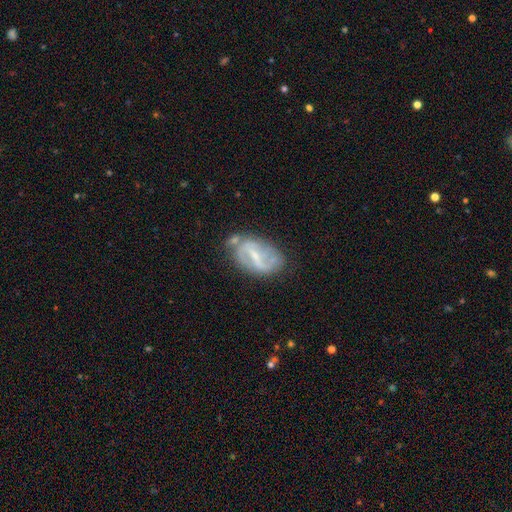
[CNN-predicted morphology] Smooth or featured? Predicted: featured or disk (p=0.77). Edge-on disk? Predicted: no (p=0.96). Bar? Predicted: weak (p=0.45). Spiral arms? Predicted: yes (p=0.81). Spiral winding? Predicted: medium (p=0.40). Spiral arm count? Predicted: 2 (p=0.72). Bulge size? Predicted: small (p=0.57). Merging? Predicted: none (p=0.53).